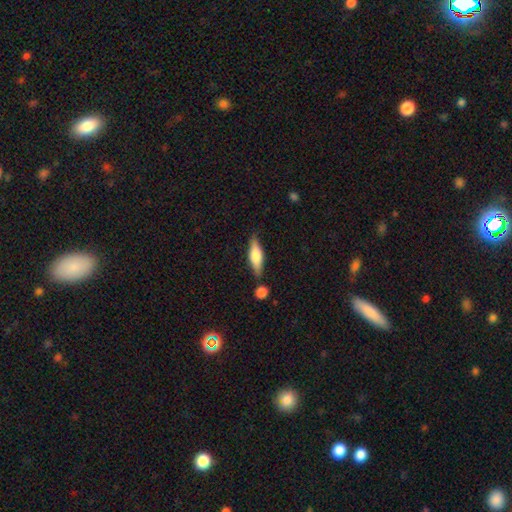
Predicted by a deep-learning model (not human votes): This is possibly a smooth galaxy (60%). How rounded: possibly cigar-shaped (53%). Merging: likely none (76%).